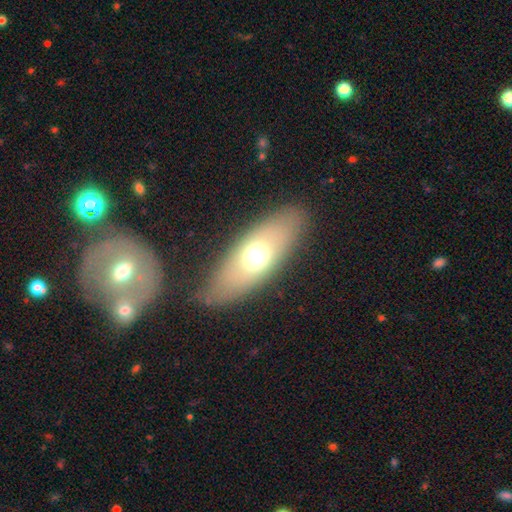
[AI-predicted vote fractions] Q: Smooth or featured?
A: smooth (62%); runner-up: featured or disk (30%)
Q: How rounded?
A: in between (74%); runner-up: cigar-shaped (22%)
Q: Merging?
A: none (80%); runner-up: minor disturbance (12%)